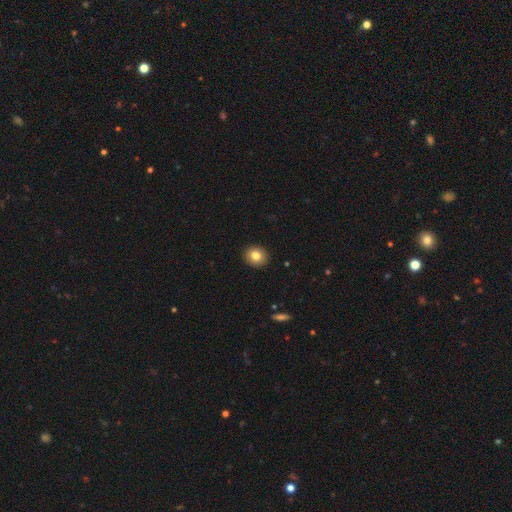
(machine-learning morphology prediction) Overall: smooth (81%). How rounded: round (75%). Merging: none (92%).